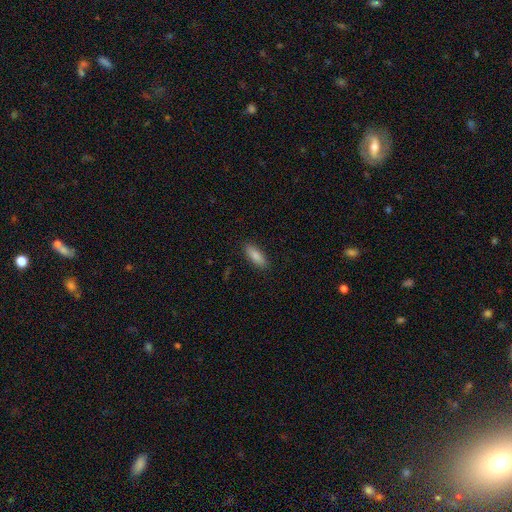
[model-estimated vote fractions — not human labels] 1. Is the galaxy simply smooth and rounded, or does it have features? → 87% smooth, 7% featured or disk, 6% star or artifact.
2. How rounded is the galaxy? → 68% in between, 30% cigar-shaped, 2% round.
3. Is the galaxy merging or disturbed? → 88% none, 8% minor disturbance, 2% major disturbance, 1% merger.